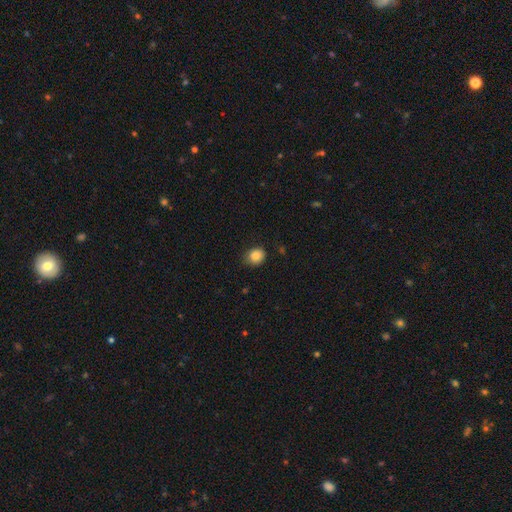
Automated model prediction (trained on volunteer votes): Q: Smooth or featured?
A: smooth (84%); runner-up: star or artifact (10%)
Q: How rounded?
A: round (71%); runner-up: in between (28%)
Q: Merging?
A: none (77%); runner-up: minor disturbance (19%)